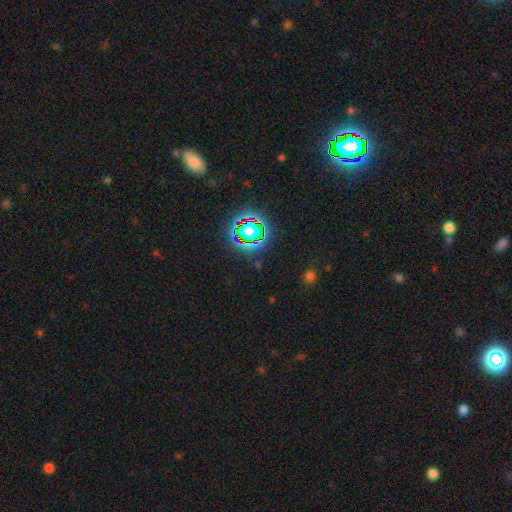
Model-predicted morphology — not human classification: type=star or artifact (77%).